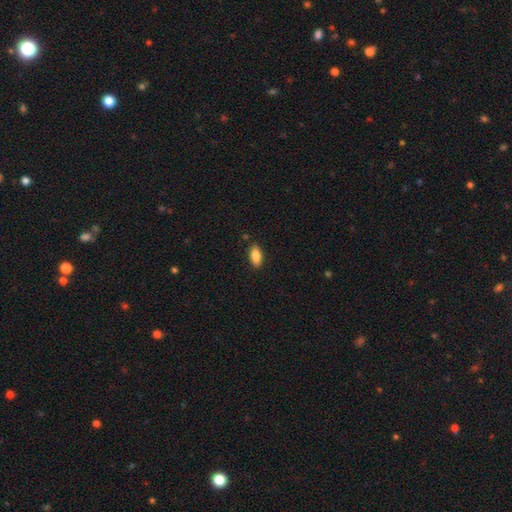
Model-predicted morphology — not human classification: This appears to be a smooth galaxy with no disk features (83%) that is in between round and cigar-shaped (84%). Merging: none (87%).